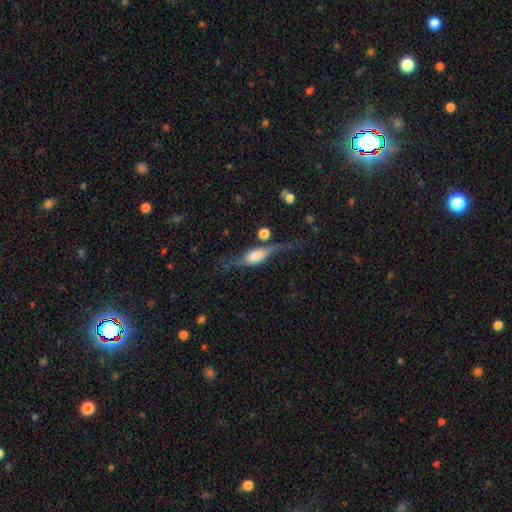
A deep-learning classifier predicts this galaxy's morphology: smooth_or_featured: featured or disk (p=0.70) [alt: smooth p=0.23]
disk_edge_on: yes (p=0.72) [alt: no p=0.28]
edge_on_bulge: rounded (p=0.73) [alt: boxy p=0.22]
merging: none (p=0.53) [alt: minor disturbance p=0.22]